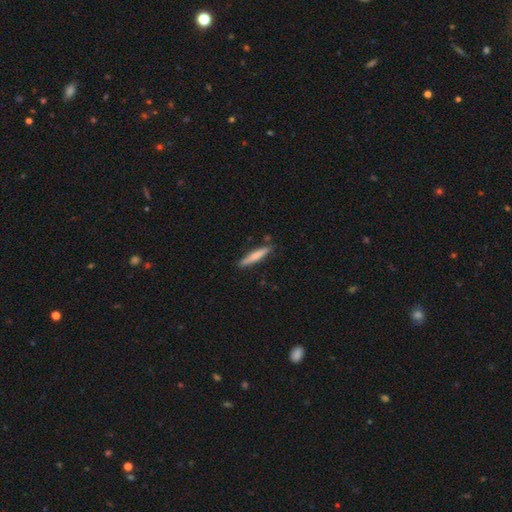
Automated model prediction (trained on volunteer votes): This appears to be a smooth galaxy with no disk features (71%) that is cigar-shaped (92%). Merging: none (85%).